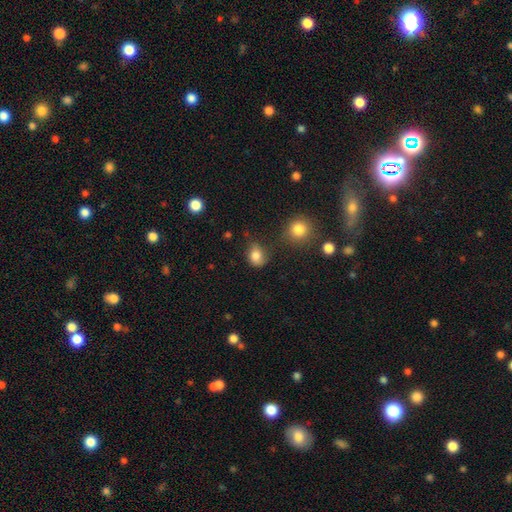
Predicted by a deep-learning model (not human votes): The model was most divided on "how rounded": in between: 51%, round: 48%, cigar-shaped: 1%. More confident: smooth or featured — smooth (81%); merging — none (58%).